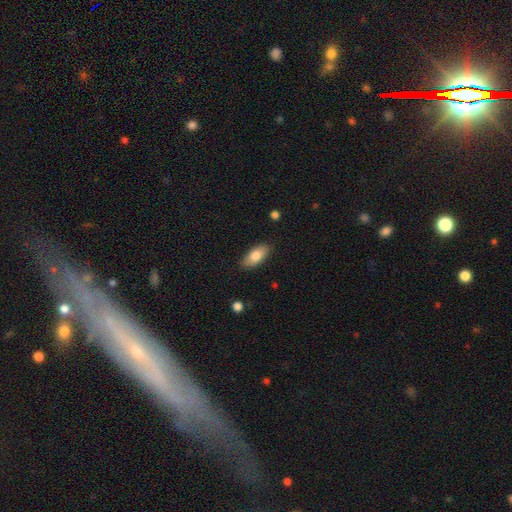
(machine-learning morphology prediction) A smooth galaxy with no disk features (80%) that is in between round and cigar-shaped (88%). Merging: none (86%).